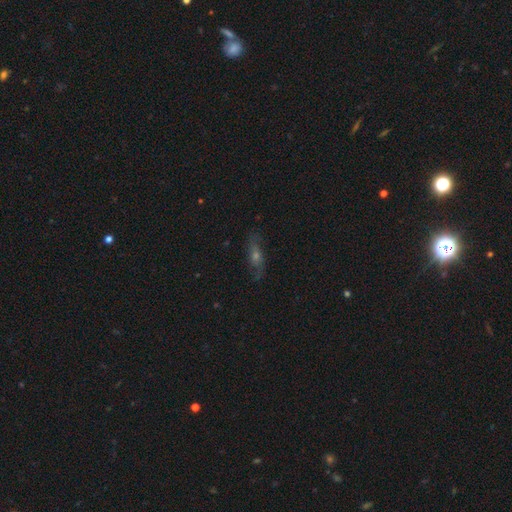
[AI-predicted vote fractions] The model was most divided on "edge-on disk": no: 60%, yes: 40%. More confident: merging — none (77%); smooth or featured — featured or disk (57%).